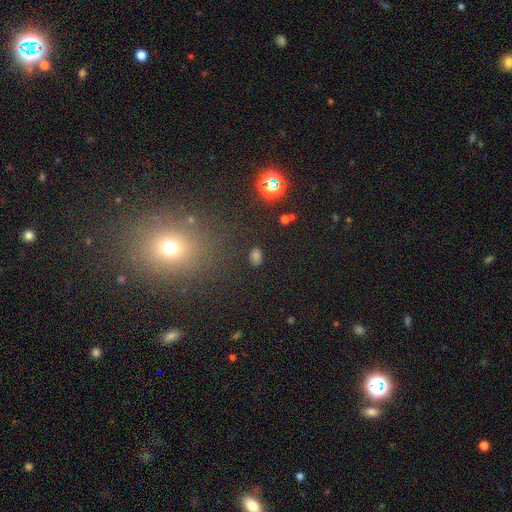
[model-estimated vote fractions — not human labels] The model was most divided on "smooth or featured": smooth: 59%, star or artifact: 33%, featured or disk: 8%. More confident: merging — none (82%); how rounded — in between (66%).